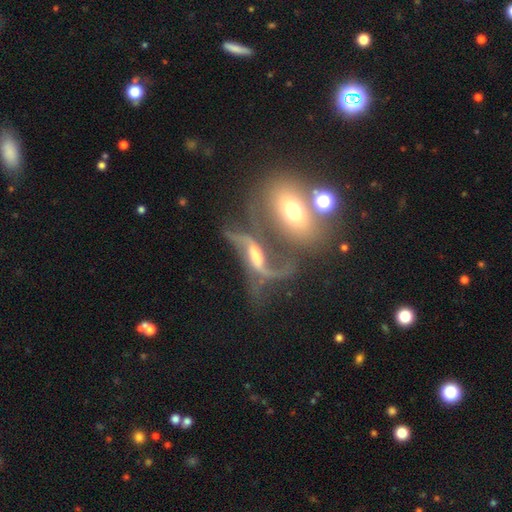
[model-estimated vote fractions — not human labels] Smooth or featured?
  - featured or disk: 77% *
  - smooth: 13%
  - star or artifact: 10%
Edge-on disk?
  - no: 88% *
  - yes: 12%
Bar?
  - weak: 38% *
  - no: 35%
  - strong: 28%
Spiral arms?
  - yes: 86% *
  - no: 14%
Spiral winding?
  - loose: 87% *
  - medium: 10%
  - tight: 3%
Spiral arm count?
  - 2: 87% *
  - 1: 6%
  - can't tell: 4%
  - 3: 2%
  - 4: 1%
  - more than 4: 1%
Bulge size?
  - moderate: 39% *
  - small: 30%
  - none: 17%
  - large: 11%
  - dominant: 3%
Merging?
  - merger: 36% *
  - none: 29%
  - major disturbance: 22%
  - minor disturbance: 13%